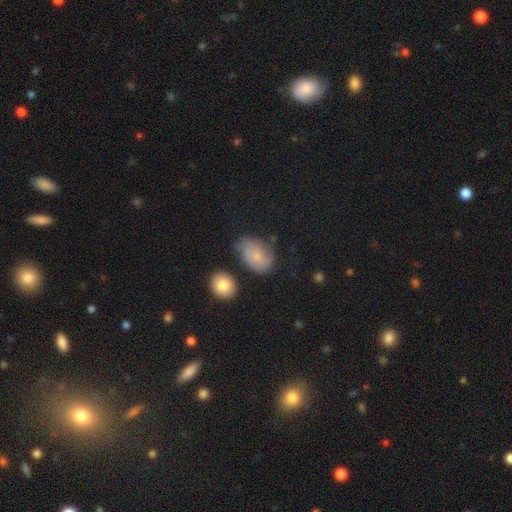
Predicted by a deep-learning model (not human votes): The model was most divided on "merging": none: 51%, minor disturbance: 32%, major disturbance: 12%, merger: 5%. More confident: how rounded — in between (80%); smooth or featured — smooth (66%).